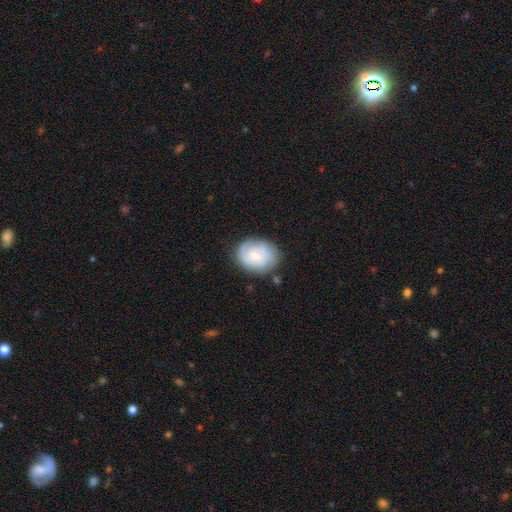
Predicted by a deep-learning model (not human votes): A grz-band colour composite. It shows a featured or disk galaxy (53%) with no bar (64%), spiral arms (84%) and a small central bulge (60%). Merging: none (72%).